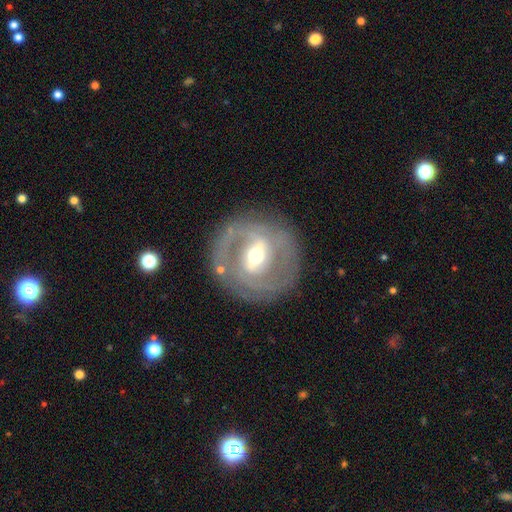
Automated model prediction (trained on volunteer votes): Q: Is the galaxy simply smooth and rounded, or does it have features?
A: featured or disk — 81%.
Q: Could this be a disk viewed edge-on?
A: no — 94%.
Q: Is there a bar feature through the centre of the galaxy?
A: strong — 55%.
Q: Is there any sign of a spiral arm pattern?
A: yes — 75%.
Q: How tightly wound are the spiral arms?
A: tight — 52%.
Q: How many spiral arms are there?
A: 2 — 66%.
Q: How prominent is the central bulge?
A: moderate — 67%.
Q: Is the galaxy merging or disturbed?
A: none — 80%.